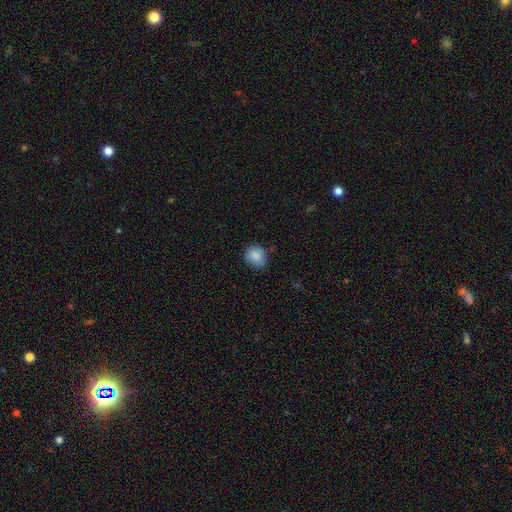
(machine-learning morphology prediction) type=smooth (84%); roundness=round (77%); merging=none (74%).